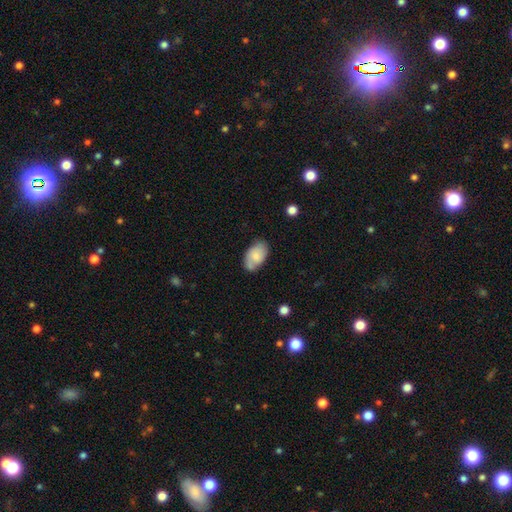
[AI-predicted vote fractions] The model was most divided on "smooth or featured": smooth: 60%, featured or disk: 33%, star or artifact: 7%. More confident: how rounded — in between (92%); merging — none (64%).